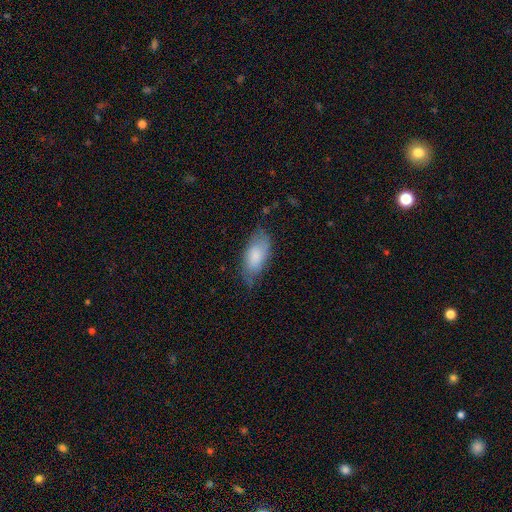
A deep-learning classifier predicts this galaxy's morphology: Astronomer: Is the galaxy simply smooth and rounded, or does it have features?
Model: smooth — 72%.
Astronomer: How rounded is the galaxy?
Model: in between — 89%.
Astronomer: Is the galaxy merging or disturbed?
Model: none — 63%.